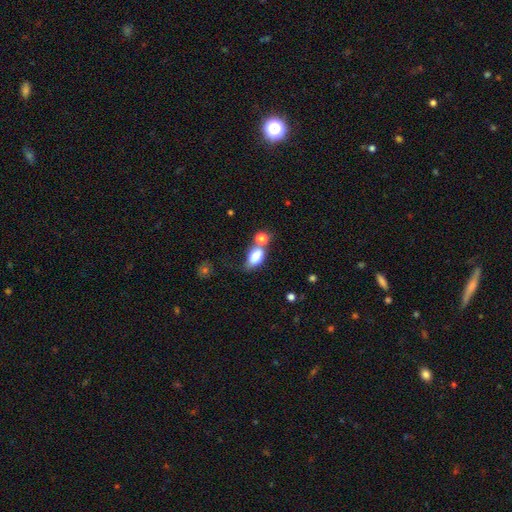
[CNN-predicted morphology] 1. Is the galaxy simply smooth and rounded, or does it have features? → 78% smooth, 13% featured or disk, 9% star or artifact.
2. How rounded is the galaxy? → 85% in between, 11% round, 3% cigar-shaped.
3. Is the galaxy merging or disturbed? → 37% merger (tied), 37% none (tied), 17% minor disturbance, 9% major disturbance.